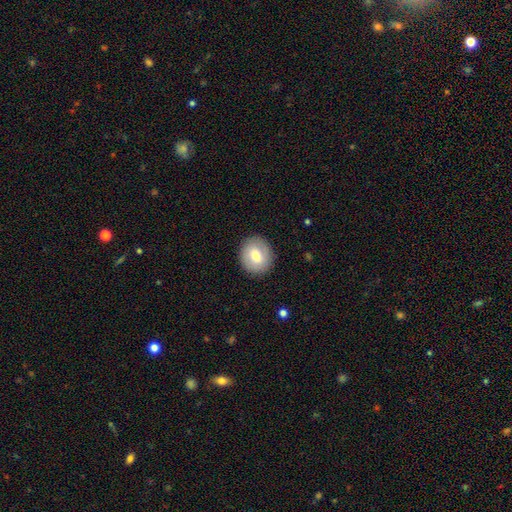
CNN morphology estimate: Smooth or featured: smooth — 67% (featured or disk — 25%)
How rounded: round — 78% (in between — 21%)
Merging: none — 89% (minor disturbance — 8%)